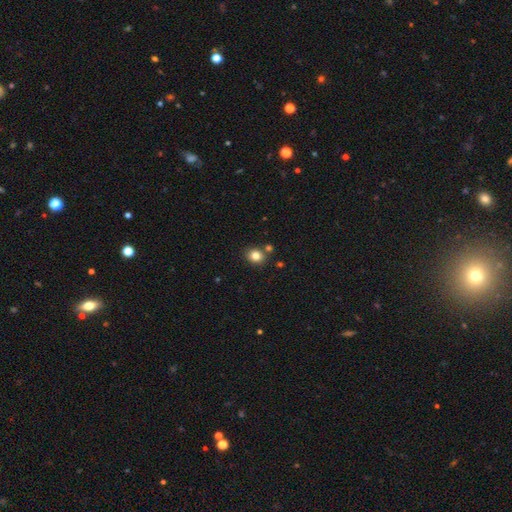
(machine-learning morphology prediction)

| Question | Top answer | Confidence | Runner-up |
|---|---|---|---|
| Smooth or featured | smooth | 82% | star or artifact (12%) |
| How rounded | round | 69% | in between (30%) |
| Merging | none | 78% | merger (10%) |